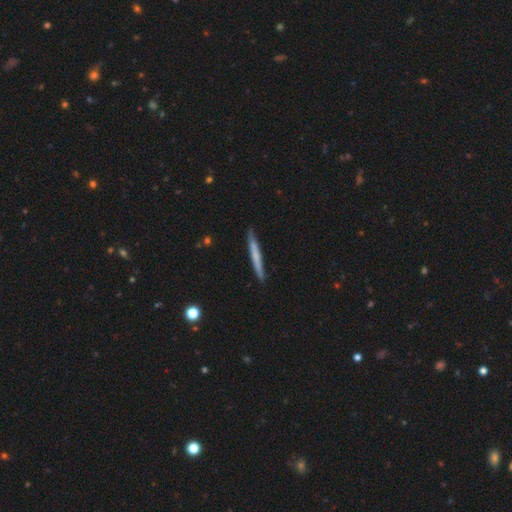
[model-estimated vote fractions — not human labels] Smooth or featured? Predicted: smooth (p=0.59). How rounded? Predicted: cigar-shaped (p=0.97). Merging? Predicted: none (p=0.89).